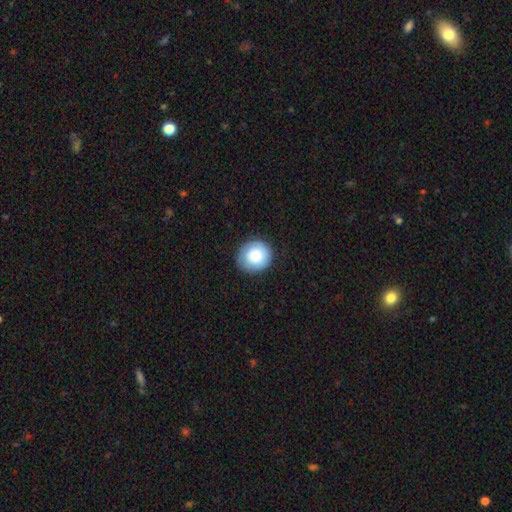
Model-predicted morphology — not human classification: Smooth or featured?
  - smooth: 78% *
  - featured or disk: 15%
  - star or artifact: 7%
How rounded?
  - round: 84% *
  - in between: 15%
  - cigar-shaped: 1%
Merging?
  - none: 83% *
  - minor disturbance: 13%
  - major disturbance: 3%
  - merger: 1%